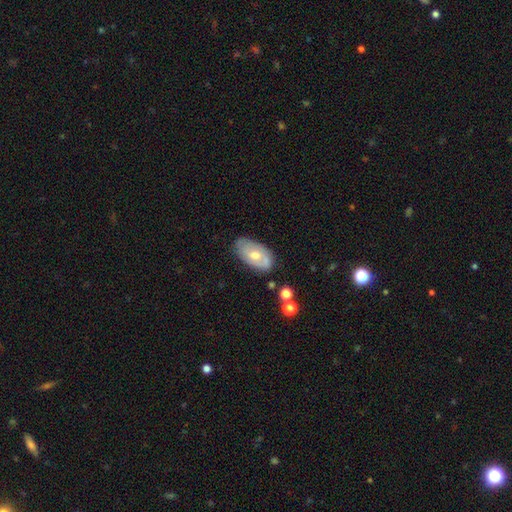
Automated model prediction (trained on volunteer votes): This appears to be a smooth galaxy with no disk features (52%) that is in between round and cigar-shaped (93%). Merging: none (68%).